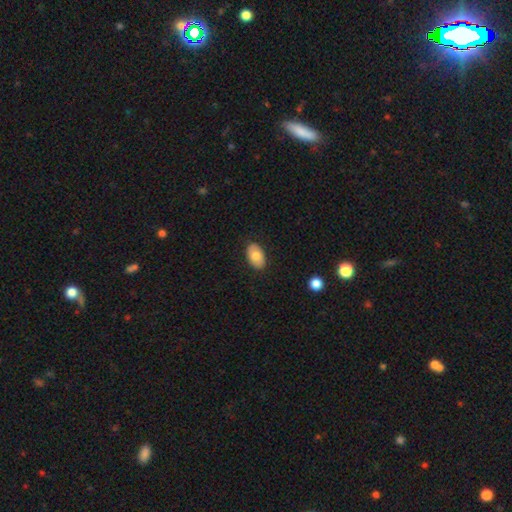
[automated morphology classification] This appears to be a smooth galaxy with no disk features (79%) that is in between round and cigar-shaped (92%). Merging: none (87%).